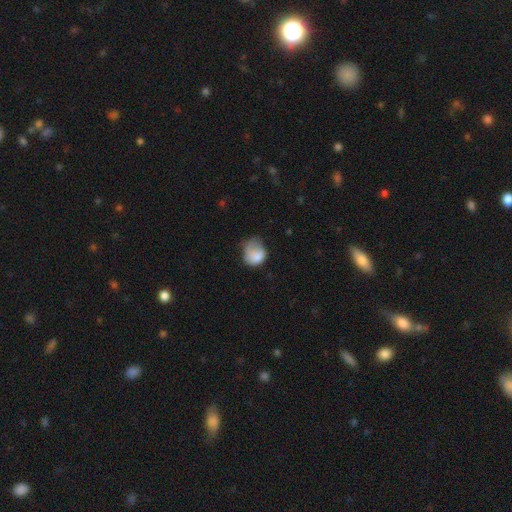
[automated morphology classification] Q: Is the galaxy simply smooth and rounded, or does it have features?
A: smooth — 76%.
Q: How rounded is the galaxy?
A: round — 52%.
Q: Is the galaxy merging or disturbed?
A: minor disturbance — 37%.